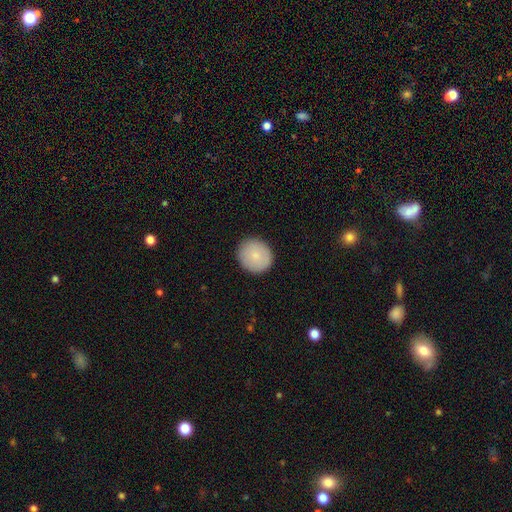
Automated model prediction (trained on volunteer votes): This appears to be a smooth galaxy with no disk features (84%) that is round (87%). Merging: none (90%).